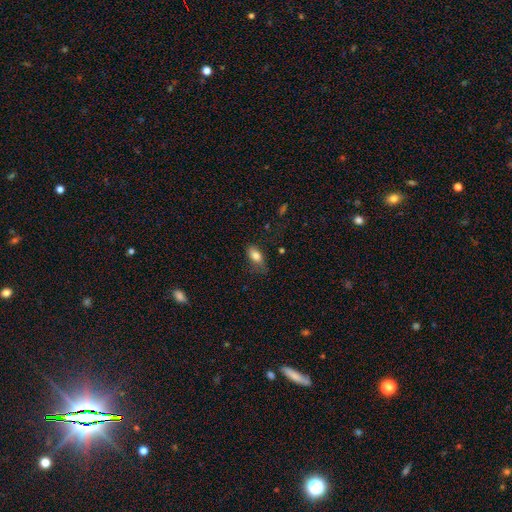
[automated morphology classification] A smooth galaxy with no disk features (82%) that is in between round and cigar-shaped (88%).

Vote fractions:
- Smooth or featured? smooth: 82% / featured or disk: 10% / star or artifact: 8%
- How rounded? in between: 88% / cigar-shaped: 6% / round: 6%
- Merging? none: 61% / minor disturbance: 28% / major disturbance: 10% / merger: 2%